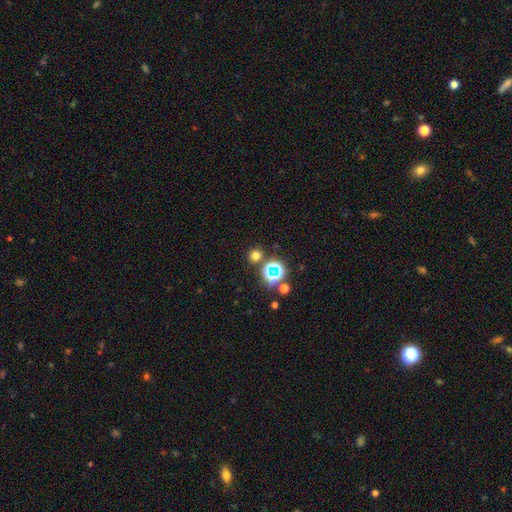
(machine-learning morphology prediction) type=smooth (65%); roundness=round (90%); merging=none (82%).